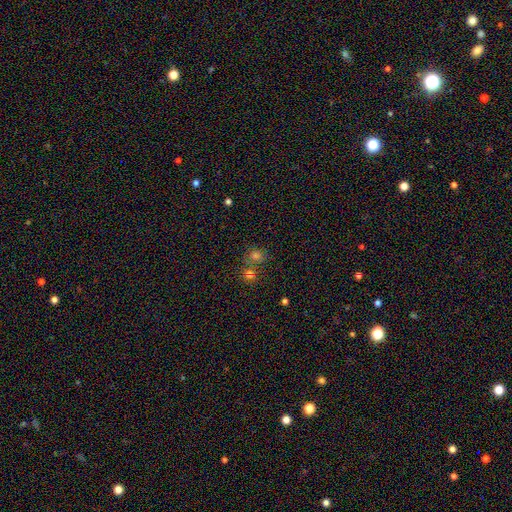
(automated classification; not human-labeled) Smooth or featured? Predicted: smooth (p=0.66). How rounded? Predicted: round (p=0.79). Merging? Predicted: none (p=0.58).